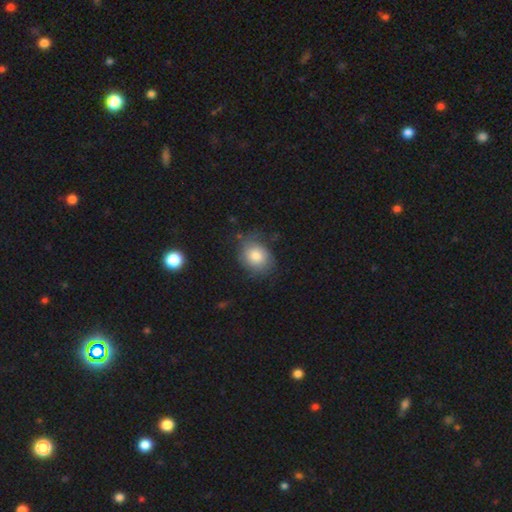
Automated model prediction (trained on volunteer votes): smooth-or-featured: smooth: 76% | featured or disk: 16% | star or artifact: 8%
  how-rounded: round: 52% | in between: 47% | cigar-shaped: 1%
  merging: none: 65% | minor disturbance: 24% | major disturbance: 9% | merger: 2%